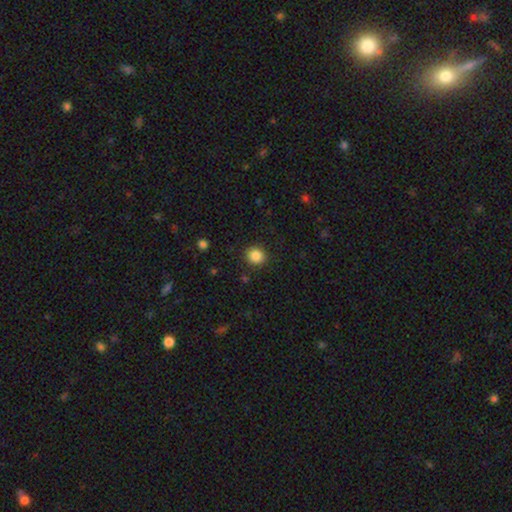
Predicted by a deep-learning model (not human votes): smooth 86%, star or artifact 10%, featured or disk 4%. Down the decision tree: how rounded — round (83%); merging — none (89%).